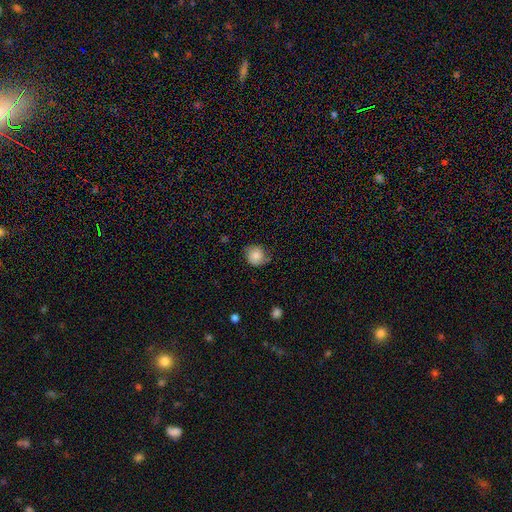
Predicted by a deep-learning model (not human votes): Smooth or featured? Predicted: smooth (p=0.73). How rounded? Predicted: round (p=0.79). Merging? Predicted: none (p=0.61).